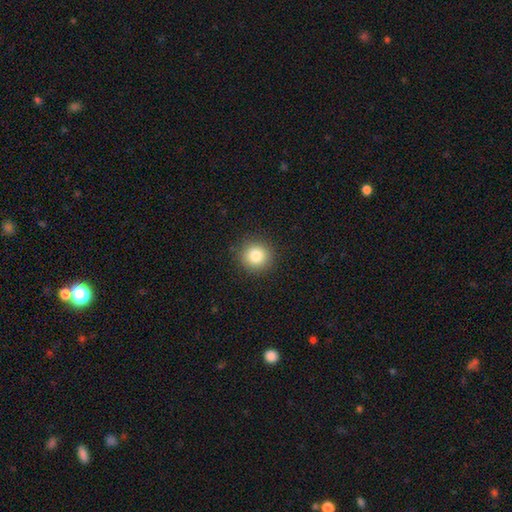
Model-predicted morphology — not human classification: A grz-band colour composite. It shows a smooth galaxy with no disk features (84%) that is round (92%). Merging: none (91%).